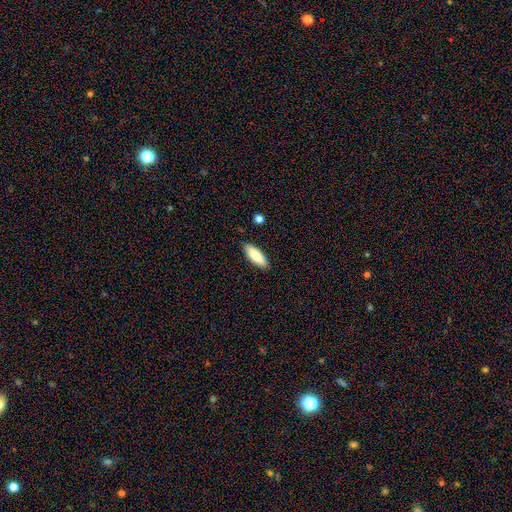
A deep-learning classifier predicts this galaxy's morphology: A smooth galaxy with no disk features (80%) that is in between round and cigar-shaped (66%).

Vote fractions:
- Smooth or featured? smooth: 80% / featured or disk: 14% / star or artifact: 6%
- How rounded? in between: 66% / cigar-shaped: 32% / round: 2%
- Merging? none: 87% / minor disturbance: 10% / major disturbance: 2% / merger: 2%